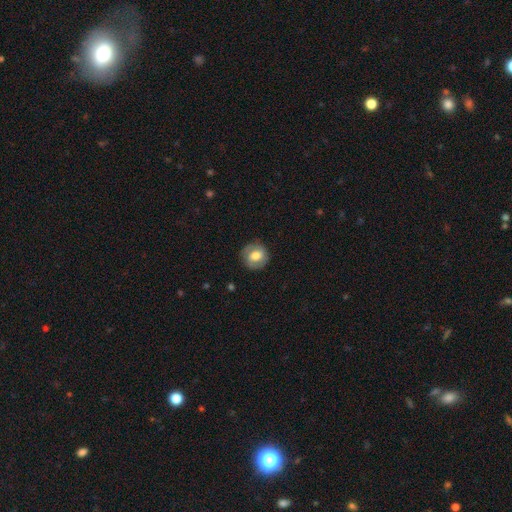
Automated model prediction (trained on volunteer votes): smooth-or-featured: smooth: 60% | featured or disk: 32% | star or artifact: 8%
  how-rounded: round: 86% | in between: 12% | cigar-shaped: 1%
  merging: none: 83% | minor disturbance: 12% | major disturbance: 4% | merger: 1%